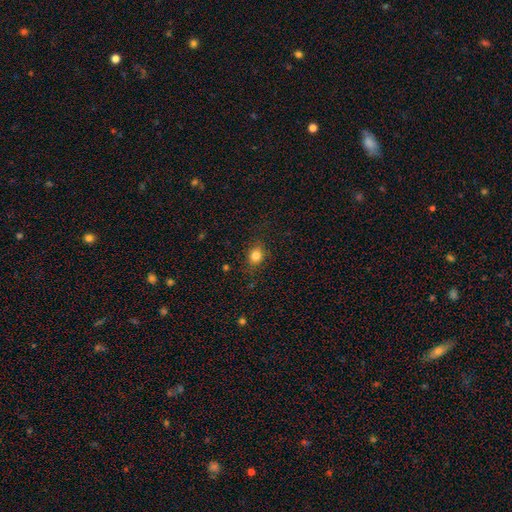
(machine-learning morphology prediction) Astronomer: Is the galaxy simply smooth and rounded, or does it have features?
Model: smooth — 82%.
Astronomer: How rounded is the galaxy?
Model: round — 64%.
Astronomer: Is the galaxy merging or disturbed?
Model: none — 84%.